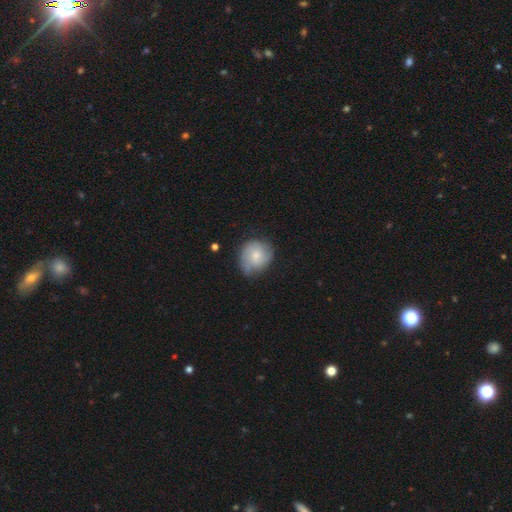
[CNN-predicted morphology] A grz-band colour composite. It shows a smooth galaxy with no disk features (52%) that is round (78%). Merging: none (59%).